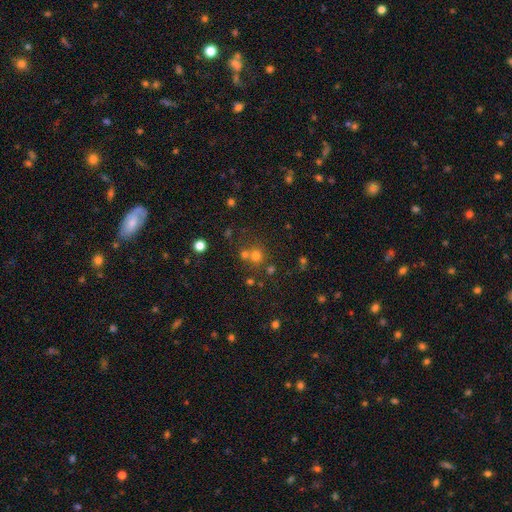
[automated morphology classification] Smooth or featured: smooth — 67% (star or artifact — 23%)
How rounded: round — 89% (in between — 10%)
Merging: none — 59% (merger — 30%)